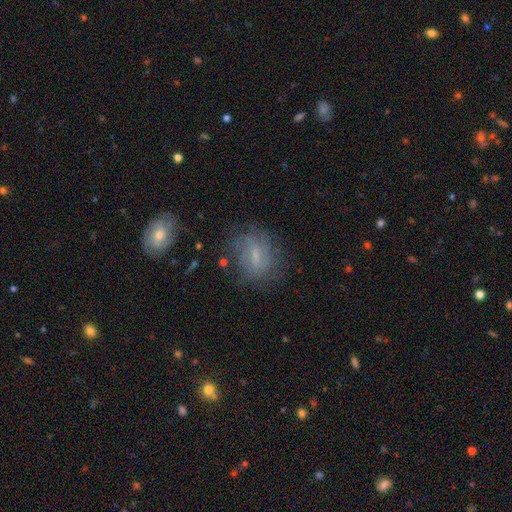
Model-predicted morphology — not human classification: smooth-or-featured: featured or disk: 51% | smooth: 37% | star or artifact: 13%
  disk-edge-on: no: 92% | yes: 8%
  merging: none: 67% | minor disturbance: 19% | major disturbance: 11% | merger: 3%